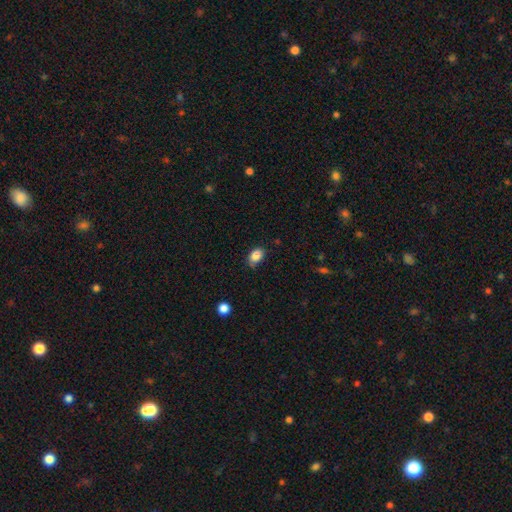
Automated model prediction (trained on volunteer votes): Smooth or featured? Predicted: smooth (p=0.86). How rounded? Predicted: in between (p=0.81). Merging? Predicted: none (p=0.72).